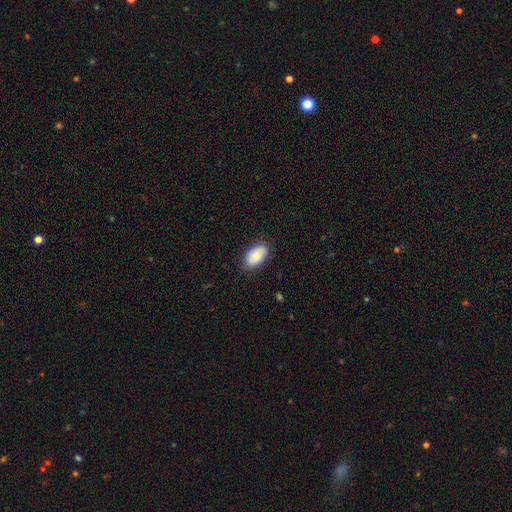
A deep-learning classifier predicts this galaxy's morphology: type=smooth (85%); roundness=in between (94%); merging=none (81%).